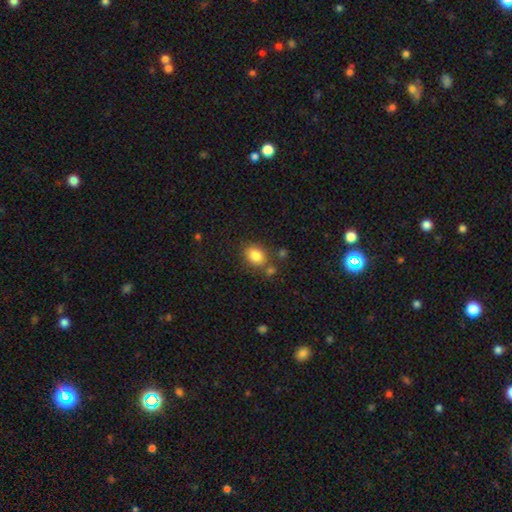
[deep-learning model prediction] Overall: smooth (84%). How rounded: in between (62%; round 37%). Merging: none (70%).